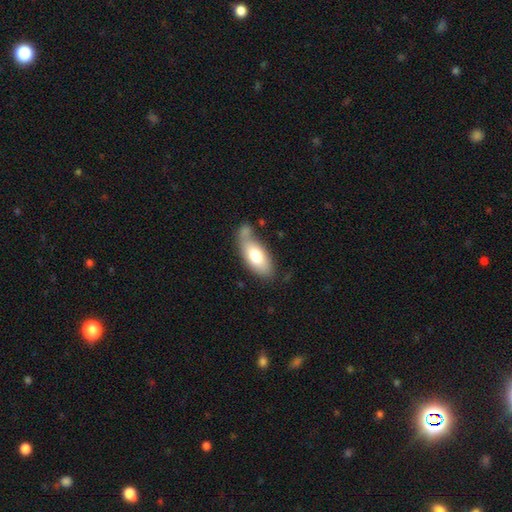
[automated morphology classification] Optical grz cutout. It shows a smooth galaxy with no disk features (72%) that is in between round and cigar-shaped (87%). Merging: none (46%).